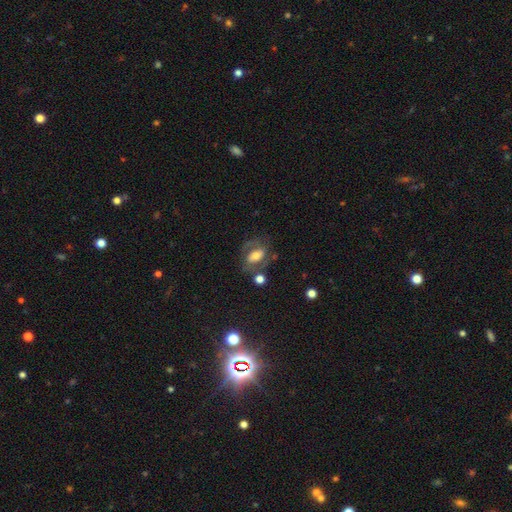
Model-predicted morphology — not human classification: The model was most divided on "bar": no: 40%, weak: 35%, strong: 25%. Remaining: edge-on disk — no (93%); spiral arms — yes (70%); merging — none (55%); smooth or featured — featured or disk (54%); bulge size — moderate (46%).